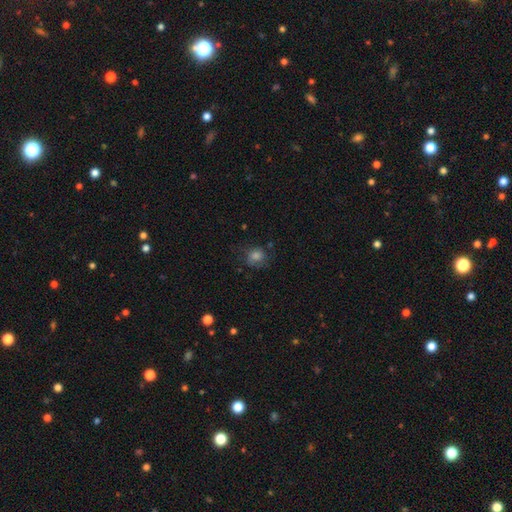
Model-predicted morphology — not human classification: Overall: smooth (75%). How rounded: round (73%). Merging: none (65%).